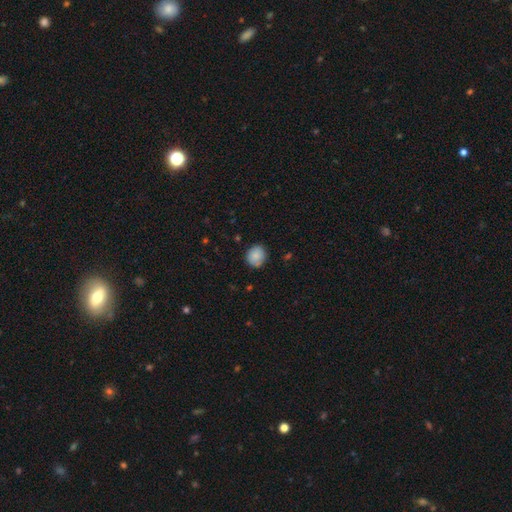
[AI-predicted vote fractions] This appears to be a smooth galaxy with no disk features (84%) that is round (77%). Merging: none (82%).